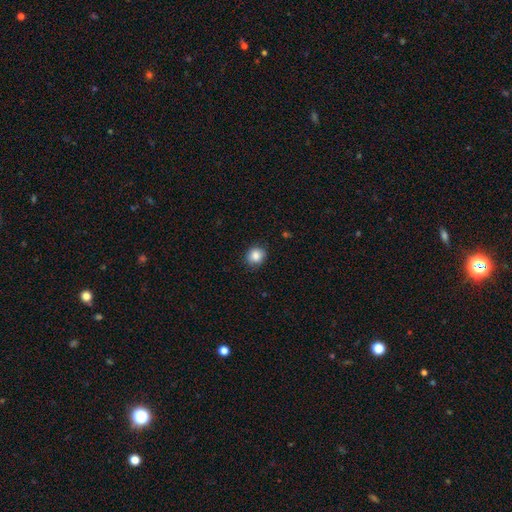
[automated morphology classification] Smooth or featured: smooth — 86% (star or artifact — 9%)
How rounded: round — 80% (in between — 19%)
Merging: none — 86% (minor disturbance — 10%)